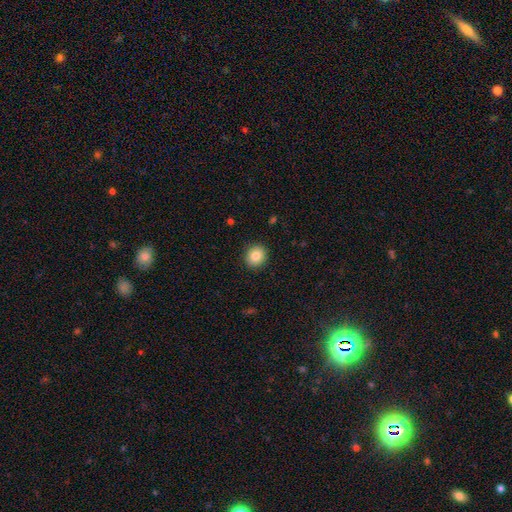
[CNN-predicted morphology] Smooth or featured? Predicted: smooth (p=0.83). How rounded? Predicted: round (p=0.79). Merging? Predicted: none (p=0.91).